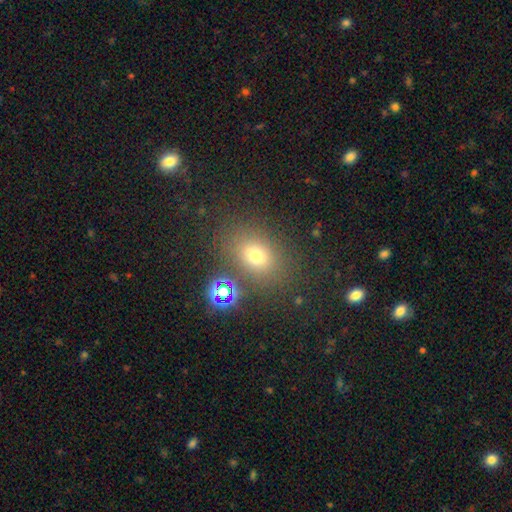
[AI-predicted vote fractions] A smooth galaxy with no disk features (68%) that is in between round and cigar-shaped (65%).

Vote fractions:
- Smooth or featured? smooth: 68% / star or artifact: 21% / featured or disk: 12%
- How rounded? in between: 65% / round: 33% / cigar-shaped: 2%
- Merging? none: 78% / minor disturbance: 11% / merger: 6% / major disturbance: 5%